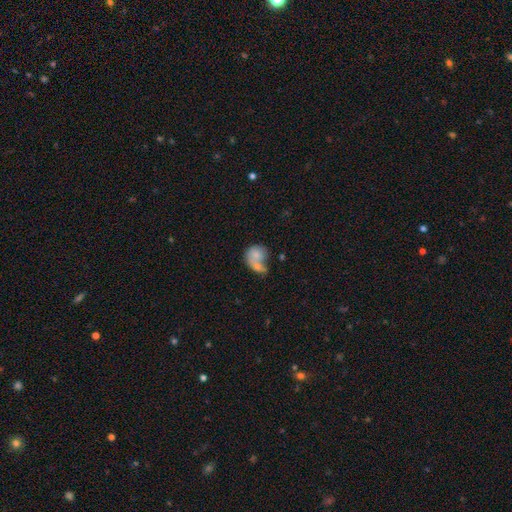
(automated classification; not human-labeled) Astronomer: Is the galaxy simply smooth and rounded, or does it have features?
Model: smooth — 69%.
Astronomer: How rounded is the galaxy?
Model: round — 57% (runner-up: in between, 41%).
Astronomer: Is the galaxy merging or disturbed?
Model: merger — 55%.